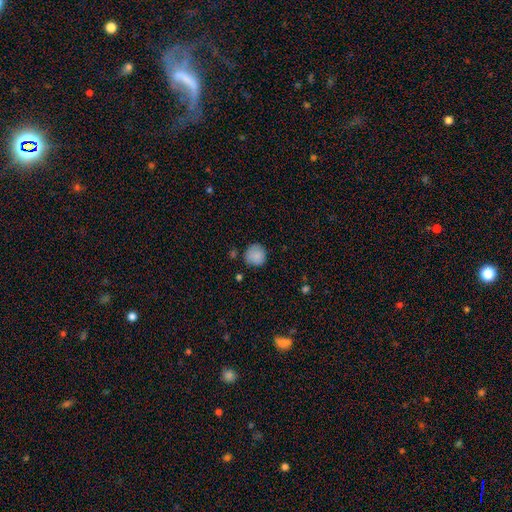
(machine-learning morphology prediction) A smooth galaxy with no disk features (86%) that is round (90%).

Vote fractions:
- Smooth or featured? smooth: 86% / star or artifact: 8% / featured or disk: 6%
- How rounded? round: 90% / in between: 9% / cigar-shaped: 1%
- Merging? none: 77% / minor disturbance: 16% / major disturbance: 3% / merger: 3%